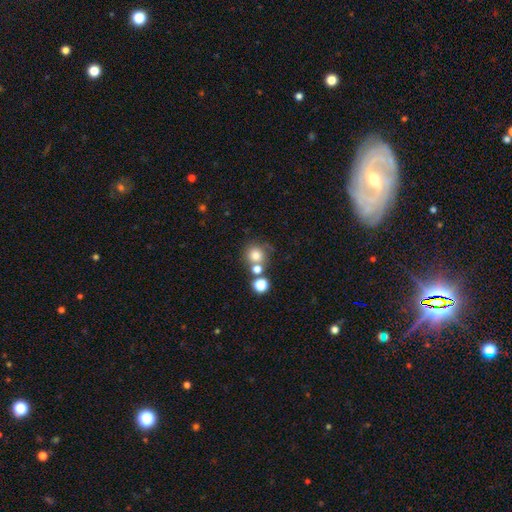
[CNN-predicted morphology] type=smooth (75%); roundness=round (90%); merging=none (57%).